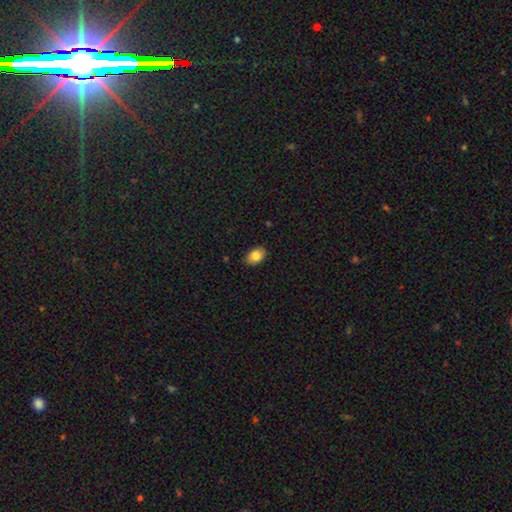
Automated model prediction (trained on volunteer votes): This appears to be a smooth galaxy with no disk features (85%) that is in between round and cigar-shaped (84%). Merging: none (85%).